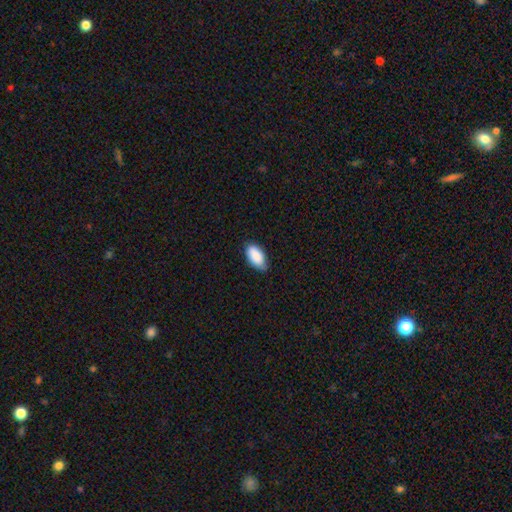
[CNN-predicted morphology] This is clearly a smooth galaxy (89%). How rounded: clearly in between (94%). Merging: likely none (73%).